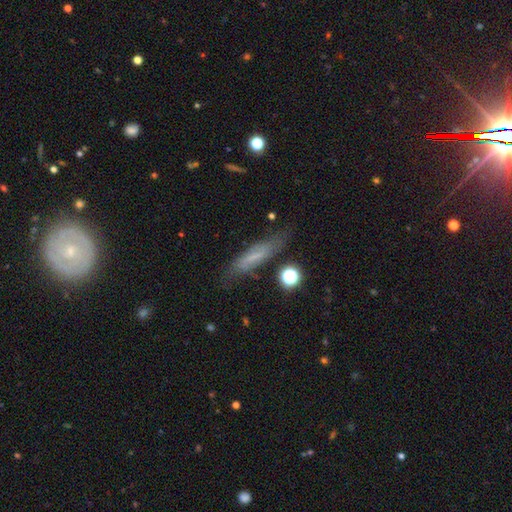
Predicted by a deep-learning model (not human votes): Smooth or featured? Predicted: smooth (p=0.49). Merging? Predicted: none (p=0.69).